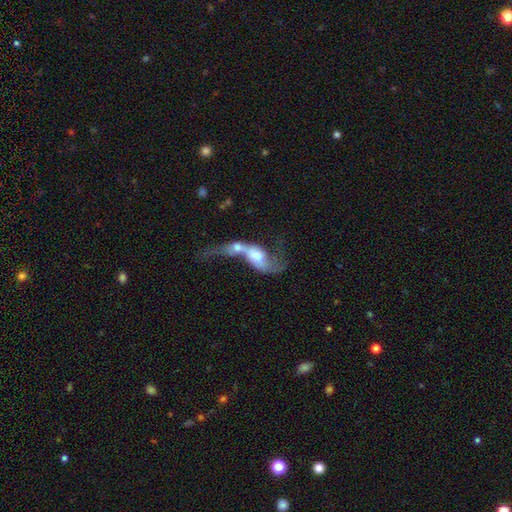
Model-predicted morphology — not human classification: type=featured or disk (60%); edge-on=no (92%); bar=no (57%); spiral arms=yes (69%); bulge=moderate (39%); merging=merger (76%).